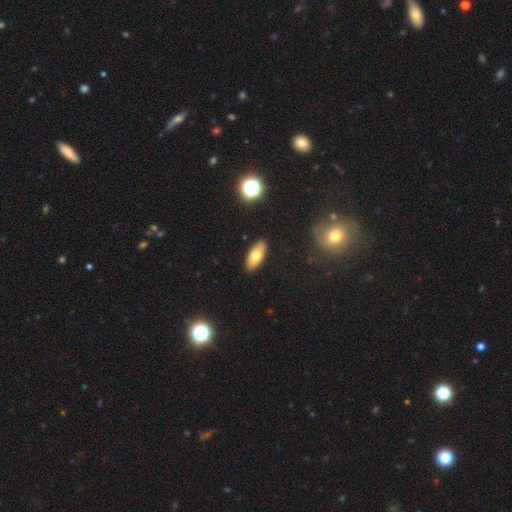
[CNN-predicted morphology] The model was most divided on "smooth or featured": smooth: 71%, featured or disk: 21%, star or artifact: 8%. More confident: merging — none (89%); how rounded — in between (82%).